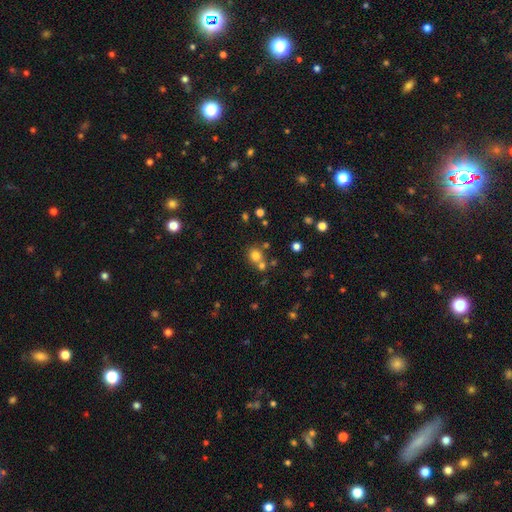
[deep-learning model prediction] smooth-or-featured: smooth: 75% | star or artifact: 16% | featured or disk: 9%
  how-rounded: round: 81% | in between: 18% | cigar-shaped: 1%
  merging: none: 57% | merger: 30% | minor disturbance: 9% | major disturbance: 4%